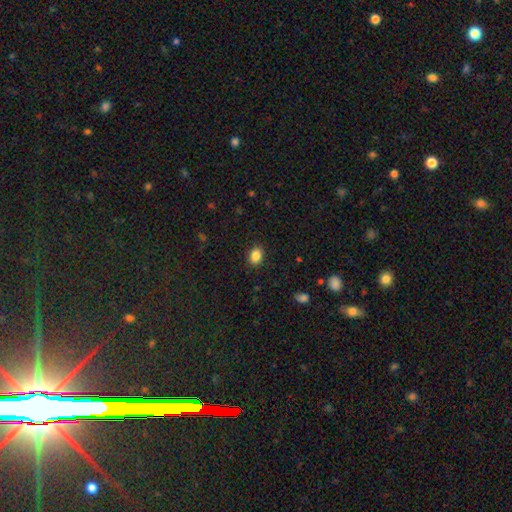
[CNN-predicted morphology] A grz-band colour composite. It shows a smooth galaxy with no disk features (86%) that is in between round and cigar-shaped (66%). Merging: none (88%).